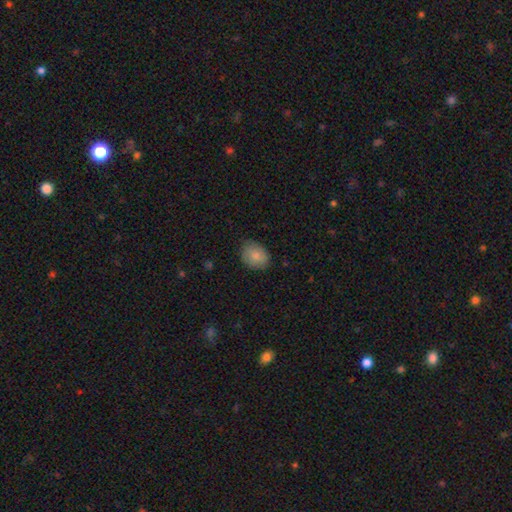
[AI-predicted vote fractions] Q: Smooth or featured?
A: smooth (84%); runner-up: featured or disk (9%)
Q: How rounded?
A: in between (57%); runner-up: round (42%)
Q: Merging?
A: none (75%); runner-up: minor disturbance (21%)